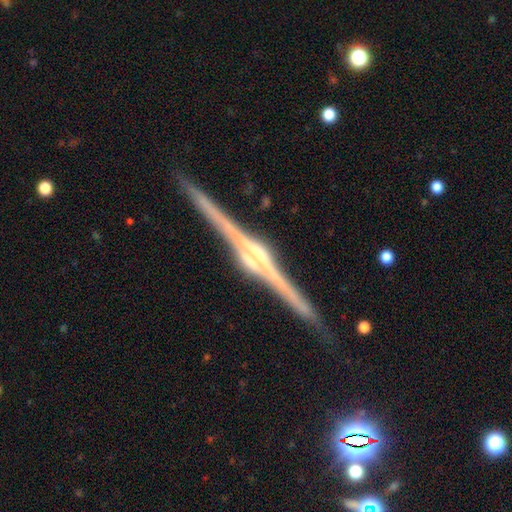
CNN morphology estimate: Smooth or featured: featured or disk — 91% (star or artifact — 5%)
Edge-on disk: yes — 99% (no — 1%)
Edge-on bulge: rounded — 63% (boxy — 31%)
Merging: none — 90% (minor disturbance — 7%)